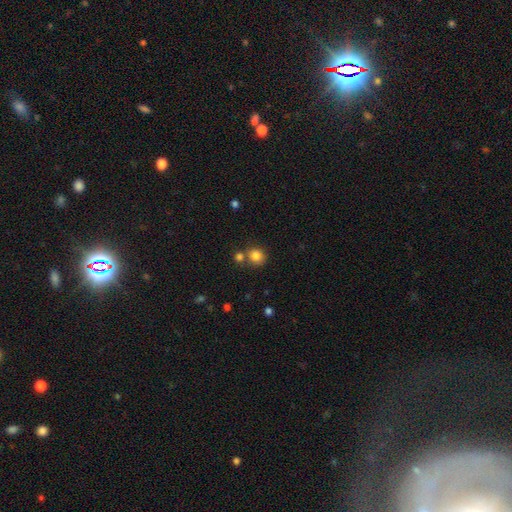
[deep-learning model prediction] smooth_or_featured: smooth (p=0.83) [alt: star or artifact p=0.11]
how_rounded: round (p=0.84) [alt: in between p=0.16]
merging: none (p=0.66) [alt: merger p=0.21]